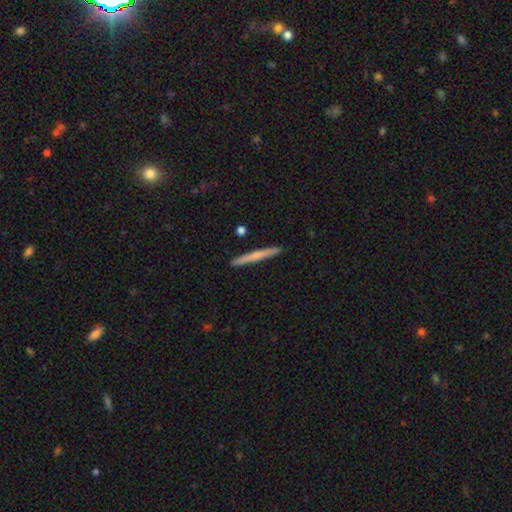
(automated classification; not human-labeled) Q: Smooth or featured?
A: smooth (57%); runner-up: featured or disk (37%)
Q: How rounded?
A: cigar-shaped (96%); runner-up: in between (2%)
Q: Merging?
A: none (92%); runner-up: minor disturbance (6%)